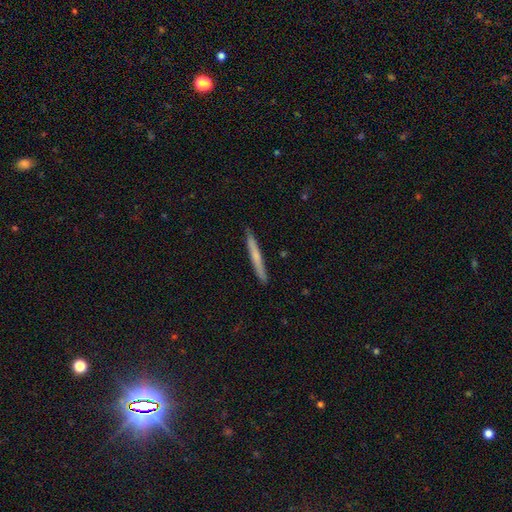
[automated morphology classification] A smooth galaxy with no disk features (58%) that is cigar-shaped (97%). Merging: none (91%).